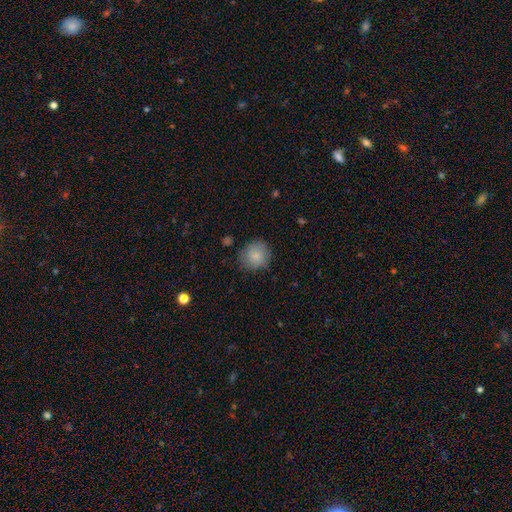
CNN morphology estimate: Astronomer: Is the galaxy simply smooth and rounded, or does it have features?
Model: smooth — 86%.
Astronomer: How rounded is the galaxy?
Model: round — 88%.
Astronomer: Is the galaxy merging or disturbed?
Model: none — 82%.